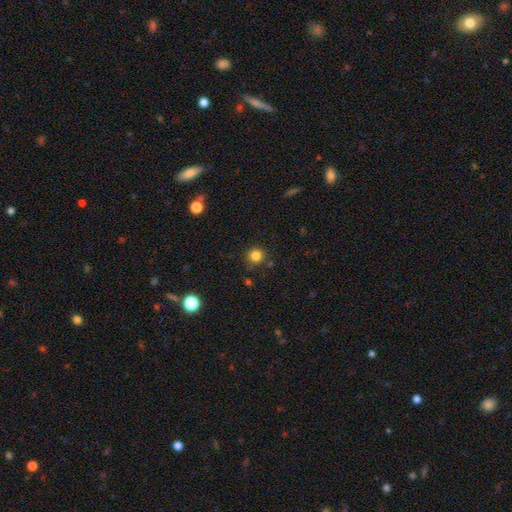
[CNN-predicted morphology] The model was most divided on "smooth or featured": smooth: 82%, star or artifact: 13%, featured or disk: 5%. More confident: how rounded — round (92%); merging — none (83%).